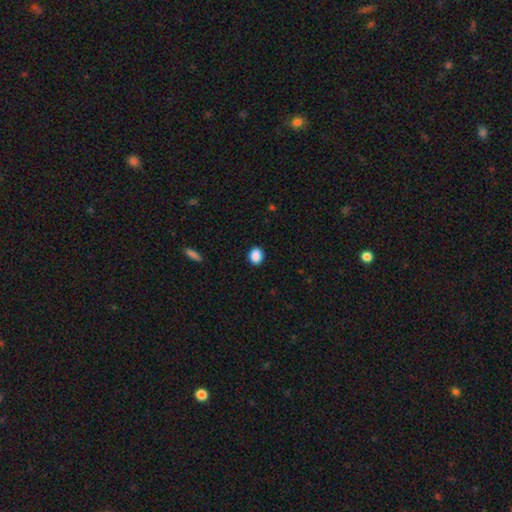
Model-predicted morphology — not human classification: A smooth galaxy with no disk features (89%) that is in between round and cigar-shaped (53%). Merging: none (90%).